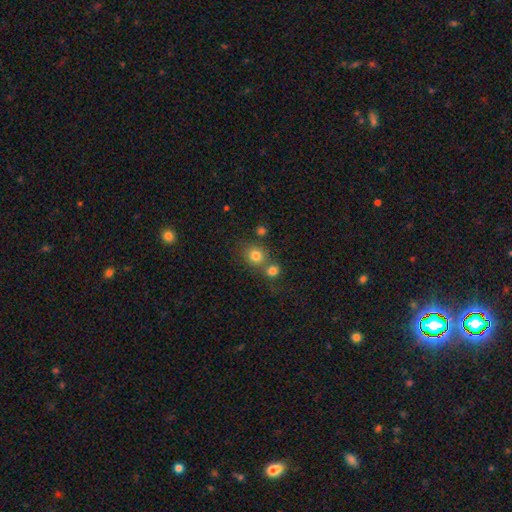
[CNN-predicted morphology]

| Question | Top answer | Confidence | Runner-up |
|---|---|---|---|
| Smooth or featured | smooth | 79% | star or artifact (13%) |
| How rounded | round | 84% | in between (15%) |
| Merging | none | 60% | merger (28%) |